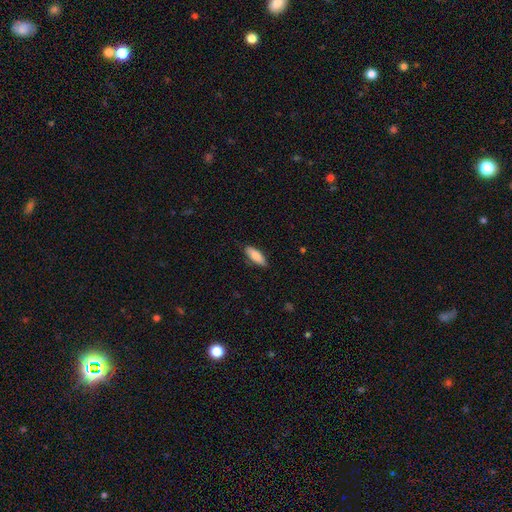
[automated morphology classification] Smooth or featured? Predicted: smooth (p=0.83). How rounded? Predicted: in between (p=0.67). Merging? Predicted: none (p=0.82).